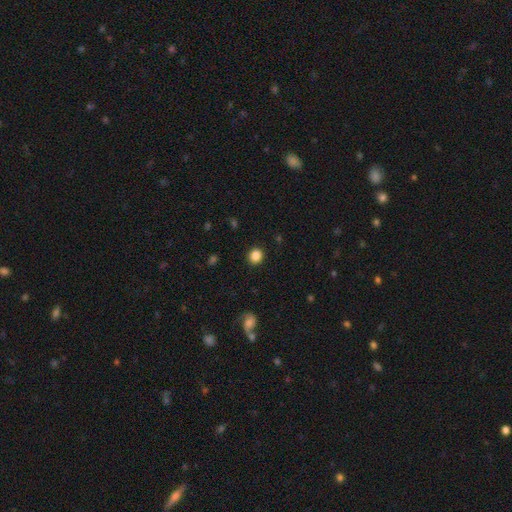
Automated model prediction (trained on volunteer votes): smooth-or-featured: smooth: 86% | star or artifact: 10% | featured or disk: 4%
  how-rounded: round: 83% | in between: 16% | cigar-shaped: 1%
  merging: none: 91% | minor disturbance: 6% | major disturbance: 2% | merger: 1%